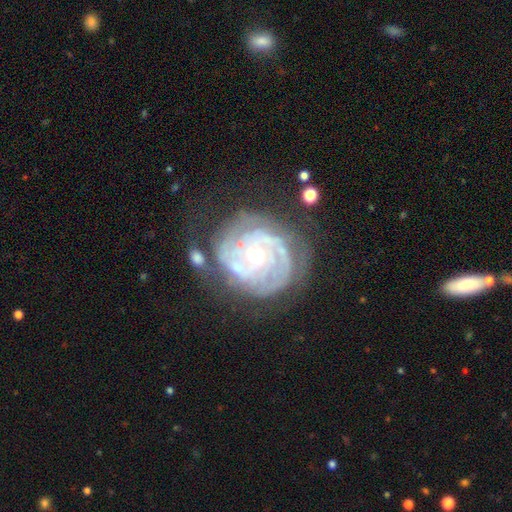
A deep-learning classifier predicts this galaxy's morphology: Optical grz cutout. It shows a featured or disk galaxy (85%) with no bar (76%), tight (77%) spiral arms (90%) and a moderate central bulge (71%). Merging: none (61%).